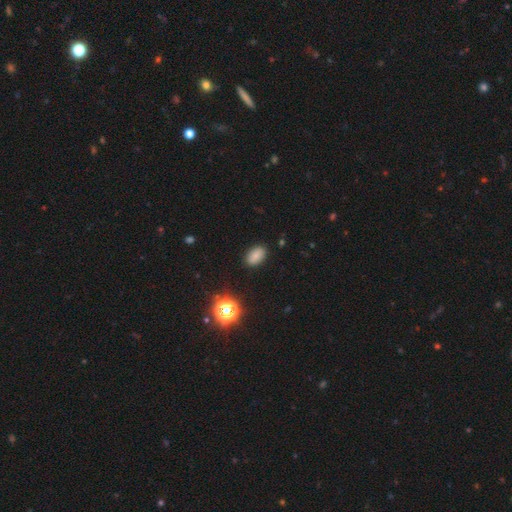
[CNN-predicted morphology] Q: Smooth or featured?
A: smooth (79%); runner-up: star or artifact (14%)
Q: How rounded?
A: in between (88%); runner-up: round (10%)
Q: Merging?
A: none (87%); runner-up: minor disturbance (10%)